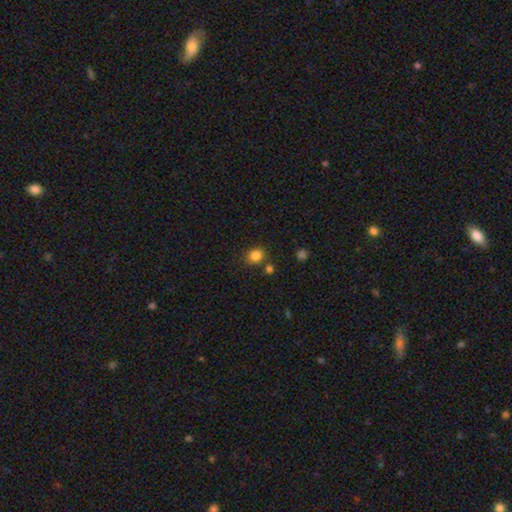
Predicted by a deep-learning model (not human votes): Q: Smooth or featured?
A: smooth (84%); runner-up: star or artifact (12%)
Q: How rounded?
A: round (64%); runner-up: in between (35%)
Q: Merging?
A: none (78%); runner-up: minor disturbance (11%)